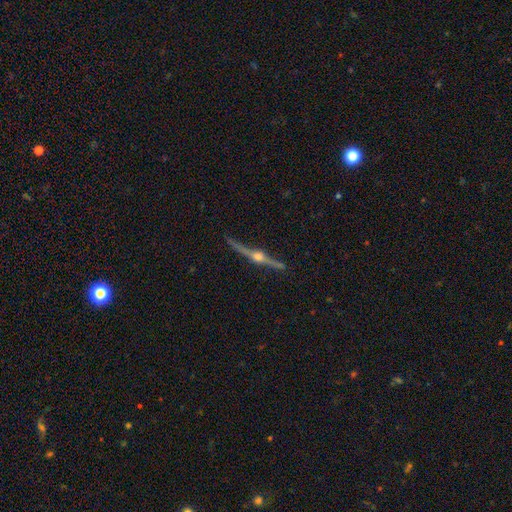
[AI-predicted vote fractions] A featured or disk galaxy (90%) viewed edge-on (98%) with a rounded central bulge (96%).

Vote fractions:
- Smooth or featured? featured or disk: 90% / smooth: 5% / star or artifact: 5%
- Edge-on disk? yes: 98% / no: 2%
- Edge-on bulge? rounded: 96% / boxy: 2% / none: 2%
- Merging? none: 88% / minor disturbance: 8% / major disturbance: 2% / merger: 1%